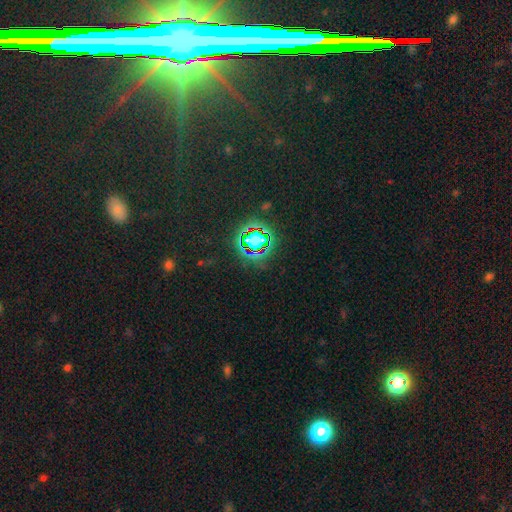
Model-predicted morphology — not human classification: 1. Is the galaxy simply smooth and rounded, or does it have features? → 76% star or artifact, 16% smooth, 9% featured or disk.